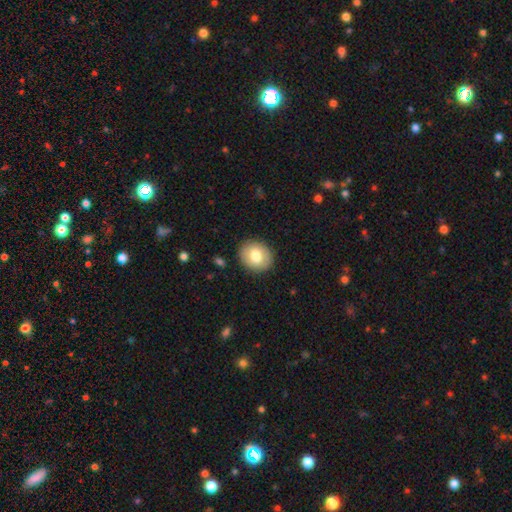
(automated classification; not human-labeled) Overall: smooth (78%). How rounded: round (56%; in between 43%). Merging: none (89%).